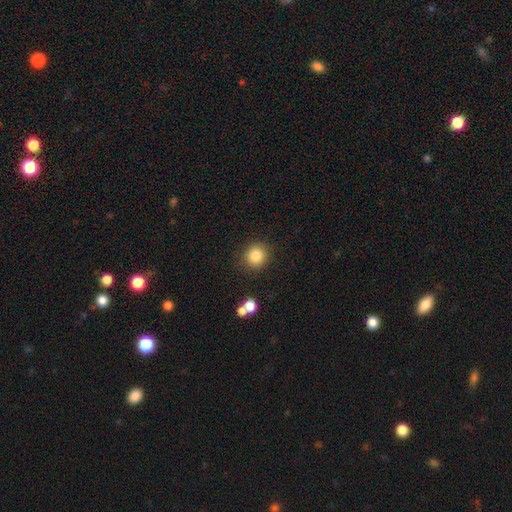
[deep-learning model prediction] Smooth or featured? Predicted: smooth (p=0.84). How rounded? Predicted: round (p=0.89). Merging? Predicted: none (p=0.86).